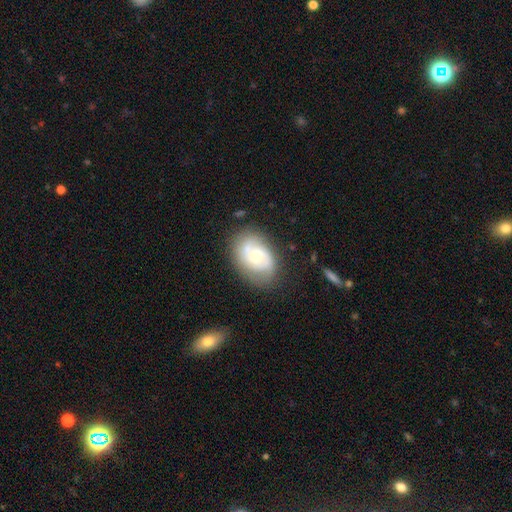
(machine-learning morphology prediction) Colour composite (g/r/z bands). It shows a featured or disk galaxy (68%) with no bar (64%), 2 (67%) medium (44%) spiral arms (88%) and a moderate central bulge (57%). Merging: none (70%).